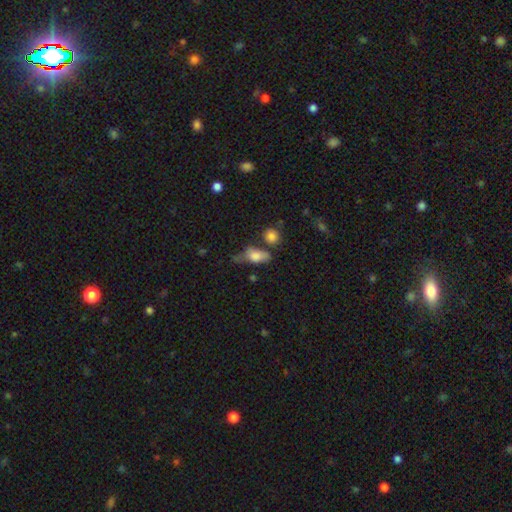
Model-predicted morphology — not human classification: smooth 73%, featured or disk 19%, star or artifact 9%. Down the decision tree: how rounded — in between (79%); merging — none (42%).